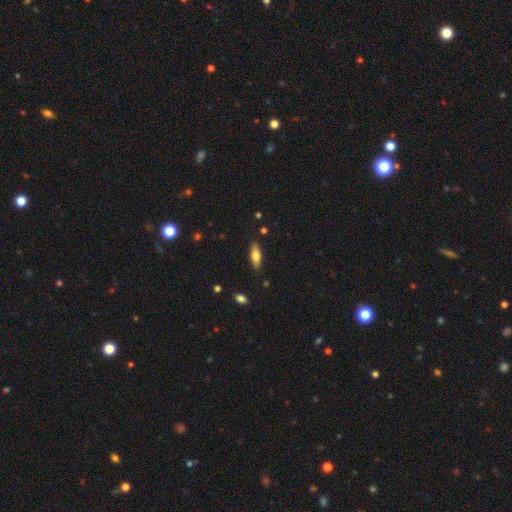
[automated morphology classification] smooth-or-featured: smooth: 59% | featured or disk: 34% | star or artifact: 7%
  how-rounded: in between: 60% | cigar-shaped: 37% | round: 3%
  merging: none: 86% | minor disturbance: 10% | major disturbance: 2% | merger: 2%